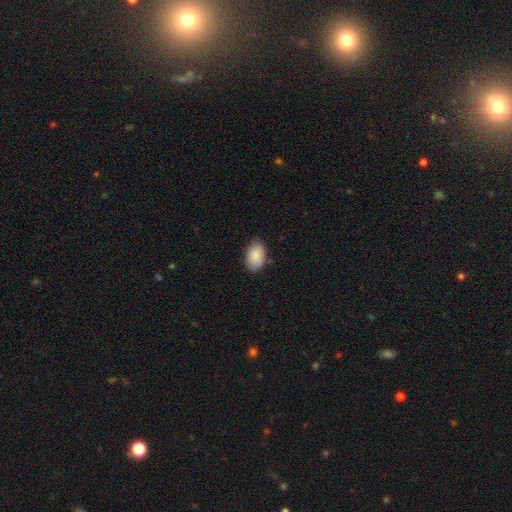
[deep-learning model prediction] Q: Smooth or featured?
A: smooth (88%); runner-up: star or artifact (7%)
Q: How rounded?
A: in between (90%); runner-up: round (8%)
Q: Merging?
A: none (84%); runner-up: minor disturbance (13%)